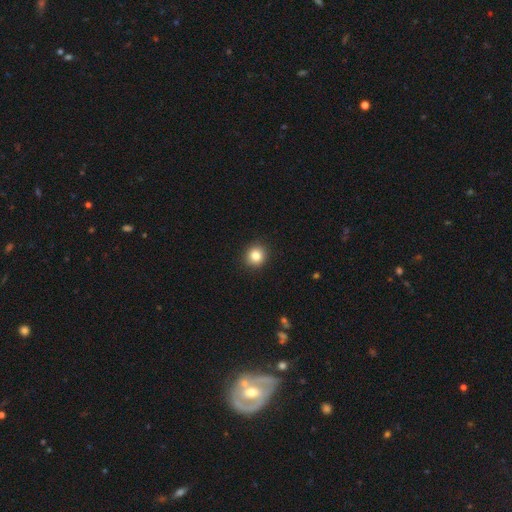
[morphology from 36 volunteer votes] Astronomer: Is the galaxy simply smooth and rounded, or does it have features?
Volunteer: smooth — 89%.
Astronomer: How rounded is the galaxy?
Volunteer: round — 78%.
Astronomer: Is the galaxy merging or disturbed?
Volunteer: none — 94%.